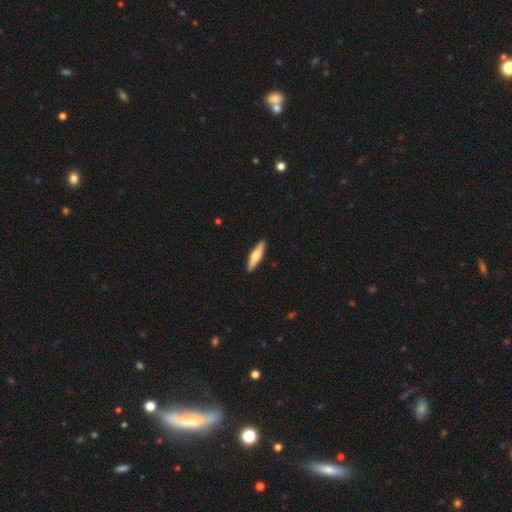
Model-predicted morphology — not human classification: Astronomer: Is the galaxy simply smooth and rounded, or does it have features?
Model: smooth — 51% (runner-up: featured or disk, 44%).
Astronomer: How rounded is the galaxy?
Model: cigar-shaped — 75%.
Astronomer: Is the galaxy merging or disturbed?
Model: none — 91%.